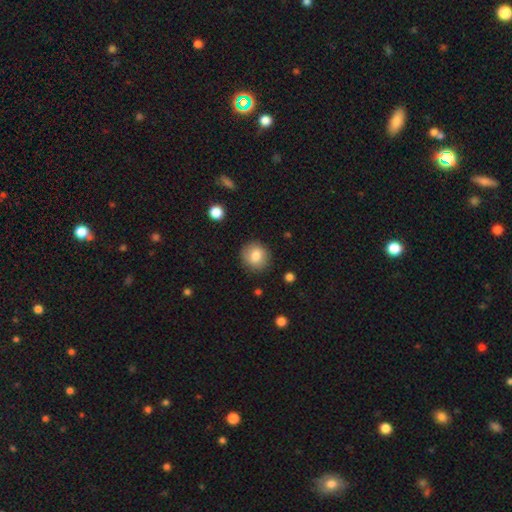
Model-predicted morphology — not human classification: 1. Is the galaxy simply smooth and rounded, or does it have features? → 81% smooth, 11% featured or disk, 9% star or artifact.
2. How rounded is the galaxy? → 81% round, 18% in between, 1% cigar-shaped.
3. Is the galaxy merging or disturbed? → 86% none, 10% minor disturbance, 3% major disturbance, 1% merger.